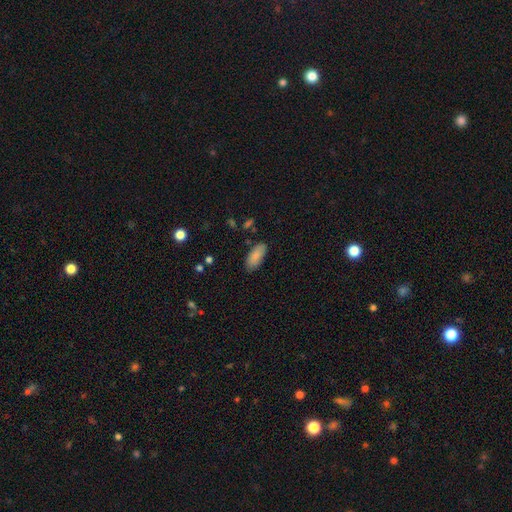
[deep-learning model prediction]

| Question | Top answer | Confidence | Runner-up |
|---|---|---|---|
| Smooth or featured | smooth | 87% | star or artifact (7%) |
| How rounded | in between | 87% | cigar-shaped (12%) |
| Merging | none | 84% | minor disturbance (12%) |